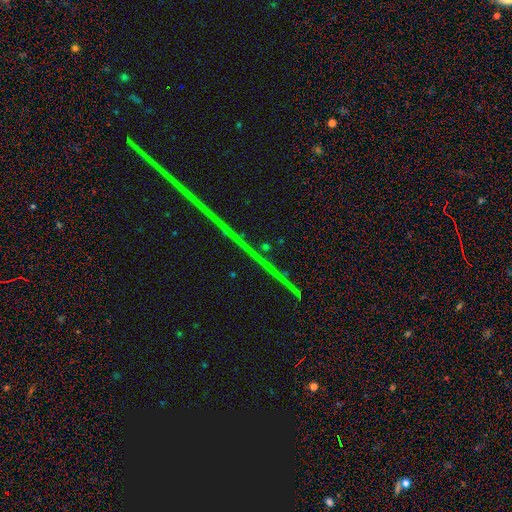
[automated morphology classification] Smooth or featured: star or artifact — 87% (featured or disk — 7%)